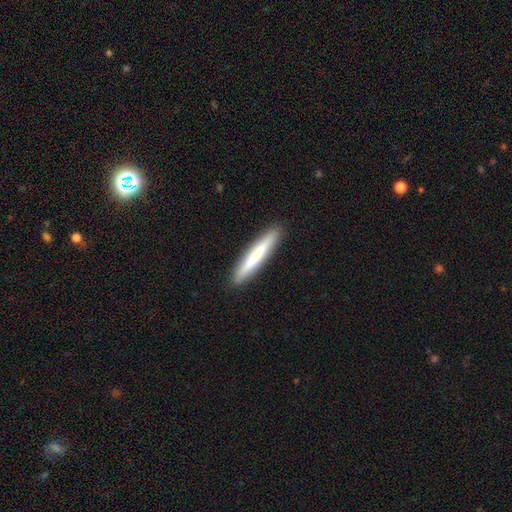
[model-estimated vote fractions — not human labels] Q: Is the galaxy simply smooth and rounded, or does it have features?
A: smooth — 69%.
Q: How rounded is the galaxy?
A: cigar-shaped — 95%.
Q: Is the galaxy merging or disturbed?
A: none — 92%.